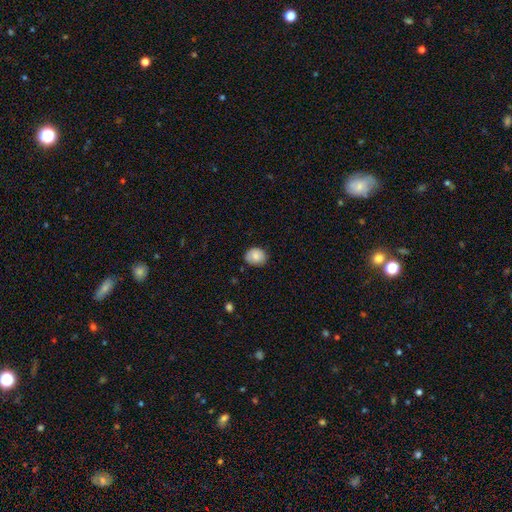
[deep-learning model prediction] A smooth galaxy with no disk features (85%) that is round (54%).

Vote fractions:
- Smooth or featured? smooth: 85% / star or artifact: 8% / featured or disk: 7%
- How rounded? round: 54% / in between: 45% / cigar-shaped: 1%
- Merging? none: 79% / minor disturbance: 17% / major disturbance: 3% / merger: 1%